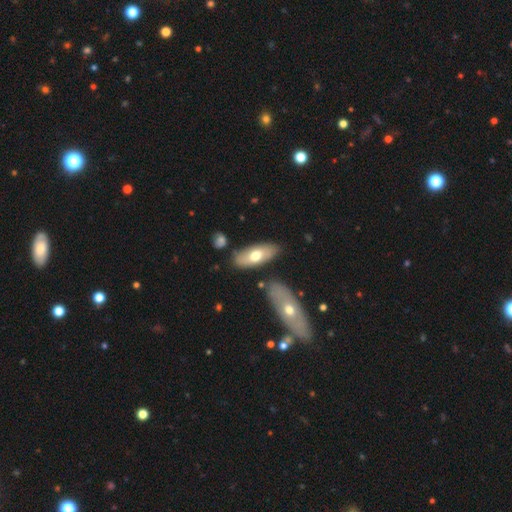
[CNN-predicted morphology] A smooth galaxy with no disk features (62%) that is in between round and cigar-shaped (81%). Merging: none (77%).